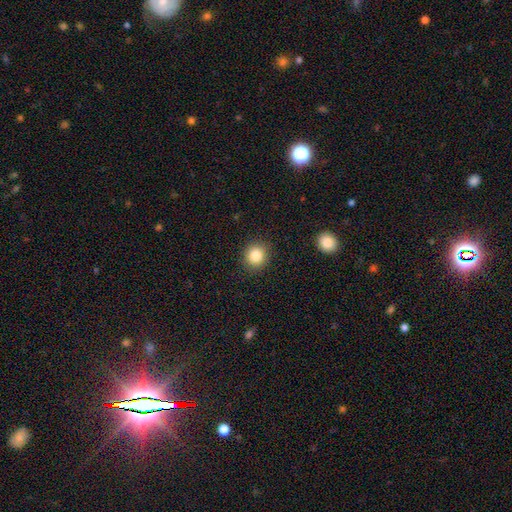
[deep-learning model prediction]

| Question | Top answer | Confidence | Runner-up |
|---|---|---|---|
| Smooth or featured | smooth | 84% | star or artifact (10%) |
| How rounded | round | 88% | in between (11%) |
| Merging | none | 91% | minor disturbance (6%) |